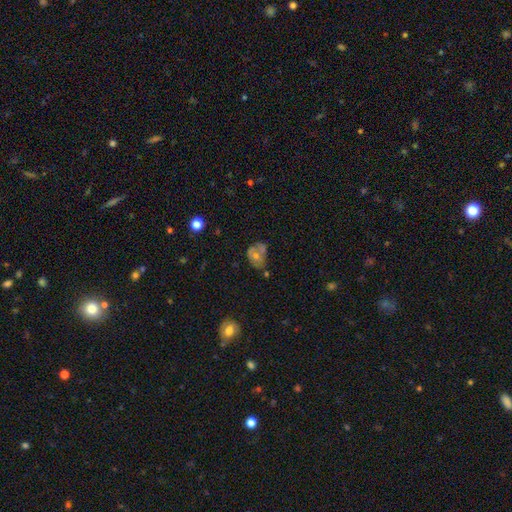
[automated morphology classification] This appears to be a smooth galaxy with no disk features (46%). Merging: none (35%).